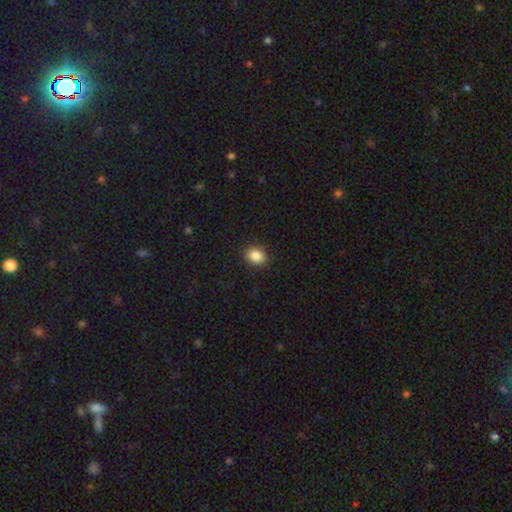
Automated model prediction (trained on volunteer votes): Smooth or featured? Predicted: smooth (p=0.87). How rounded? Predicted: in between (p=0.61). Merging? Predicted: none (p=0.89).